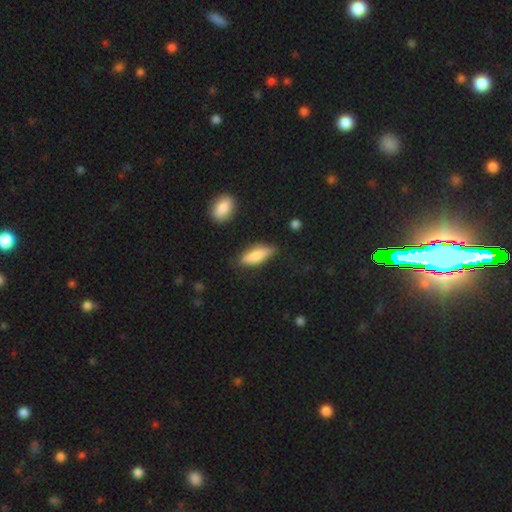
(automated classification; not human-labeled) Smooth or featured? Predicted: smooth (p=0.72). How rounded? Predicted: in between (p=0.50). Merging? Predicted: none (p=0.76).